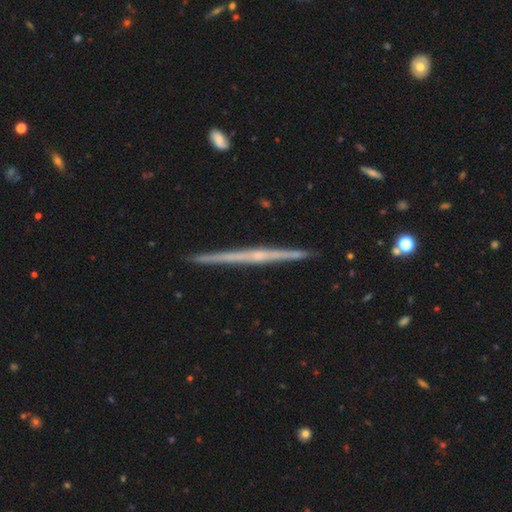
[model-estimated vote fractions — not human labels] A featured or disk galaxy (79%) viewed edge-on (98%) with no central bulge (49%). Merging: none (92%).